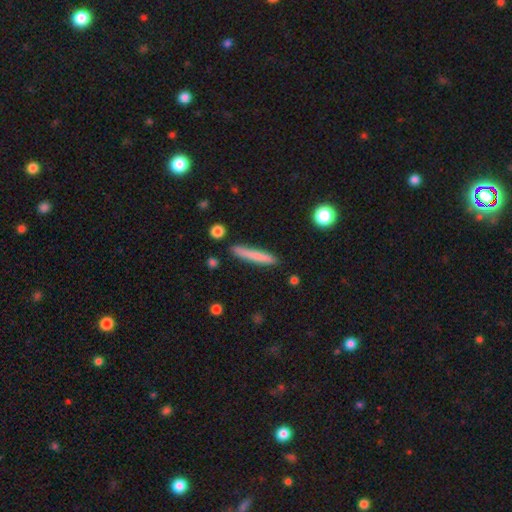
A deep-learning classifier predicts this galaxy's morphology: This appears to be a smooth galaxy with no disk features (75%) that is cigar-shaped (95%). Merging: none (87%).